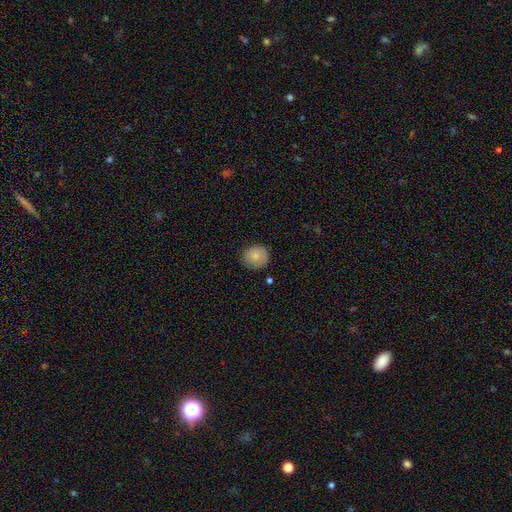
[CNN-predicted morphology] This appears to be a smooth galaxy with no disk features (84%) that is round (83%). Merging: none (80%).